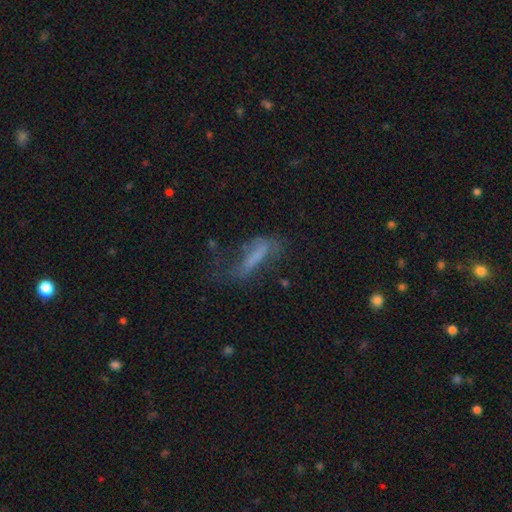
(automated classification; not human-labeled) smooth 51%, featured or disk 35%, star or artifact 14%. Down the decision tree: how rounded — cigar-shaped (64%); merging — major disturbance (40%).